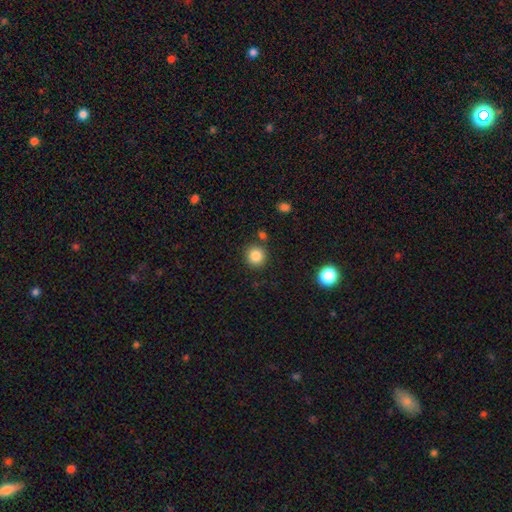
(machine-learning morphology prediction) Smooth or featured? Predicted: smooth (p=0.86). How rounded? Predicted: round (p=0.92). Merging? Predicted: none (p=0.85).